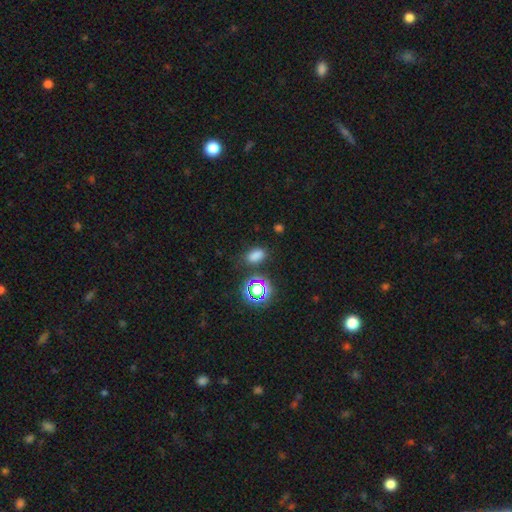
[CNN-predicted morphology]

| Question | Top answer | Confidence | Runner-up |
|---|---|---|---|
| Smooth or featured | smooth | 73% | star or artifact (22%) |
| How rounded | in between | 82% | round (16%) |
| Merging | none | 77% | minor disturbance (14%) |